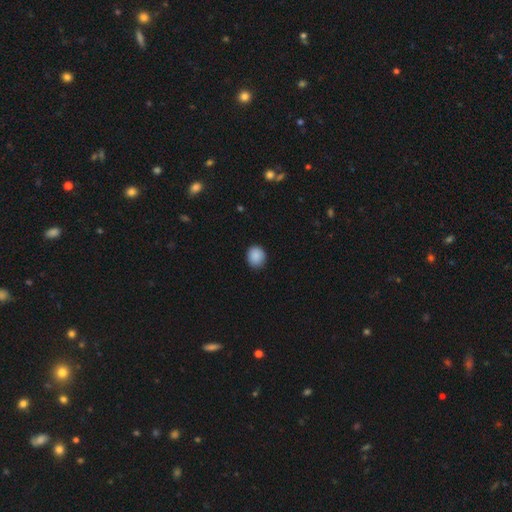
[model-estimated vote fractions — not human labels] Morphology: type=smooth (89%); roundness=round (74%); merging=none (89%).